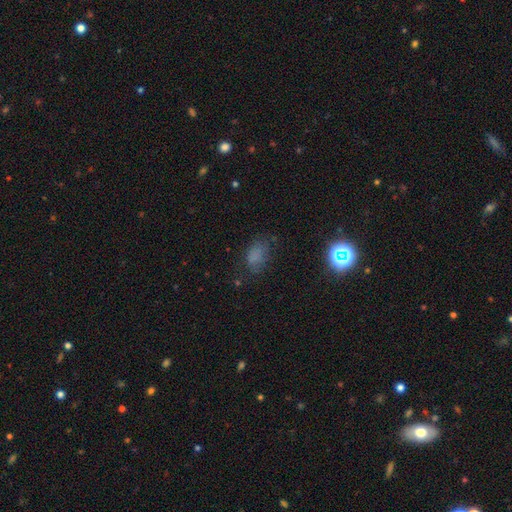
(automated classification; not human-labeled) This appears to be a smooth galaxy with no disk features (66%) that is in between round and cigar-shaped (82%). Merging: none (60%).